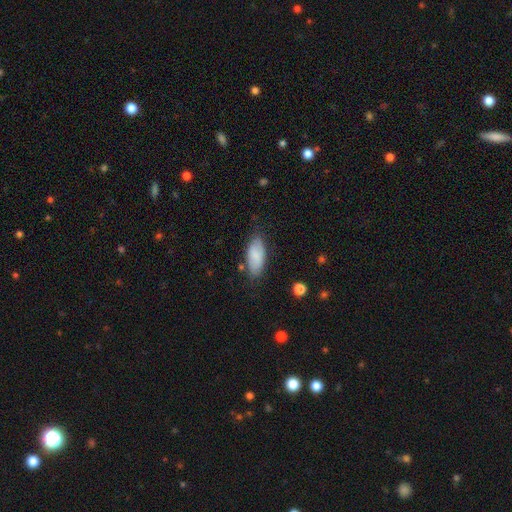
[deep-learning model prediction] A smooth galaxy with no disk features (80%) that is in between round and cigar-shaped (87%). Merging: none (74%).